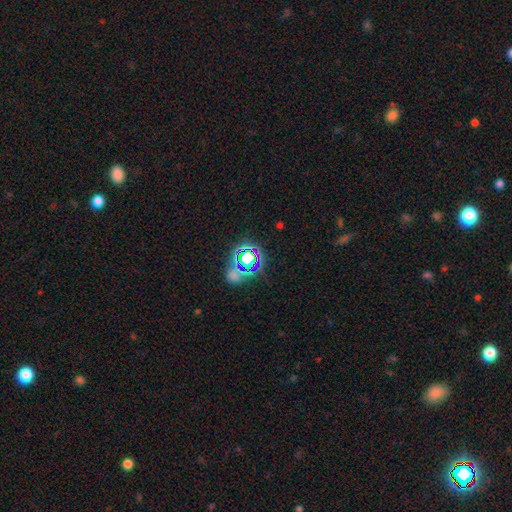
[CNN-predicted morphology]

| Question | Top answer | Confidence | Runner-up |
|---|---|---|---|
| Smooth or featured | star or artifact | 59% | smooth (27%) |